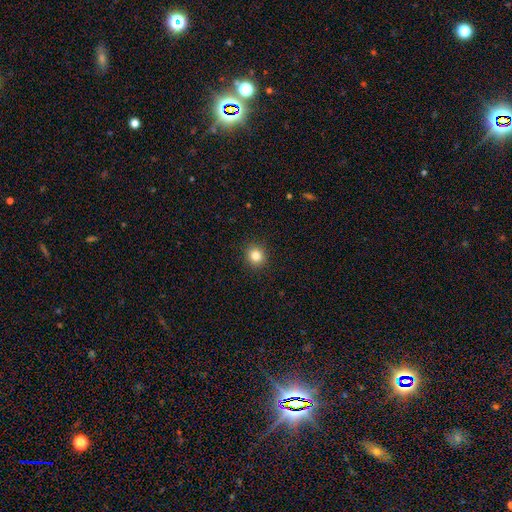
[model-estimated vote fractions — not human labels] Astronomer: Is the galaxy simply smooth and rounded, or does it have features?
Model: smooth — 84%.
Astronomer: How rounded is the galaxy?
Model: round — 89%.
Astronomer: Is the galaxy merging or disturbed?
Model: none — 92%.